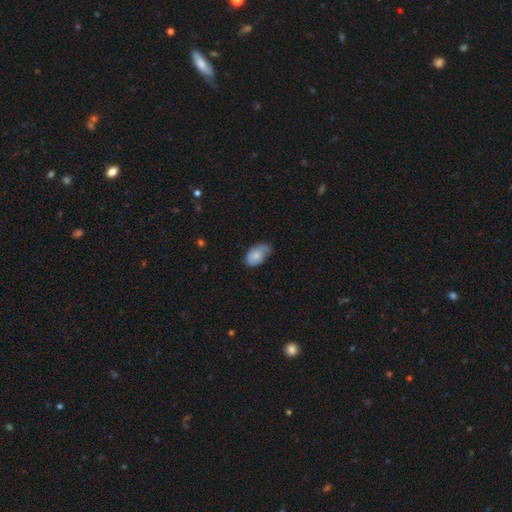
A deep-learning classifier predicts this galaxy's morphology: This appears to be a smooth galaxy with no disk features (73%) that is in between round and cigar-shaped (89%). Merging: none (41%, tied with minor disturbance).